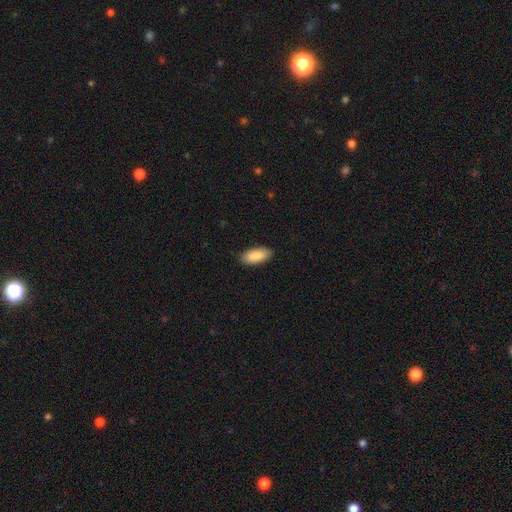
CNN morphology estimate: smooth_or_featured: smooth (p=0.90) [alt: star or artifact p=0.05]
how_rounded: in between (p=0.88) [alt: cigar-shaped p=0.10]
merging: none (p=0.87) [alt: minor disturbance p=0.10]